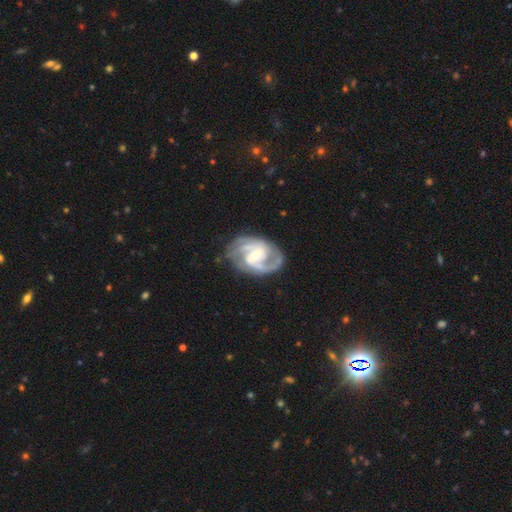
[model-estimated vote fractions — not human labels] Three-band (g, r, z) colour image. It shows a featured or disk galaxy (91%) with a weak bar (49%), 2 (68%) medium (52%) spiral arms (97%) and a moderate central bulge (50%). Merging: none (75%).